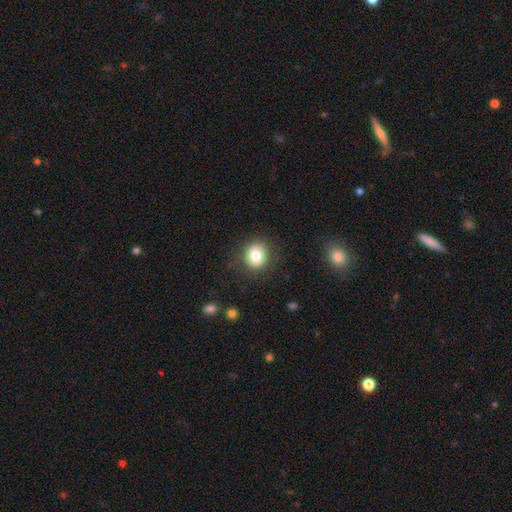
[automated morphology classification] Smooth or featured: smooth — 80% (featured or disk — 11%)
How rounded: round — 75% (in between — 24%)
Merging: none — 85% (minor disturbance — 10%)